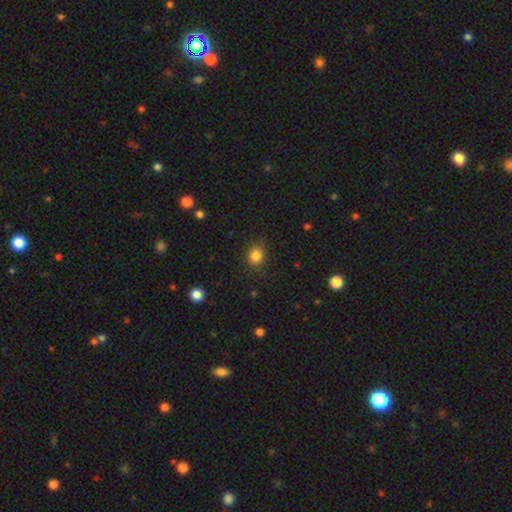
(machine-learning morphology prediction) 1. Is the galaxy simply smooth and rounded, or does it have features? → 84% smooth, 11% star or artifact, 5% featured or disk.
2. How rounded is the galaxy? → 65% round, 34% in between, 1% cigar-shaped.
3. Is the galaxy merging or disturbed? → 84% none, 12% minor disturbance, 3% major disturbance, 1% merger.